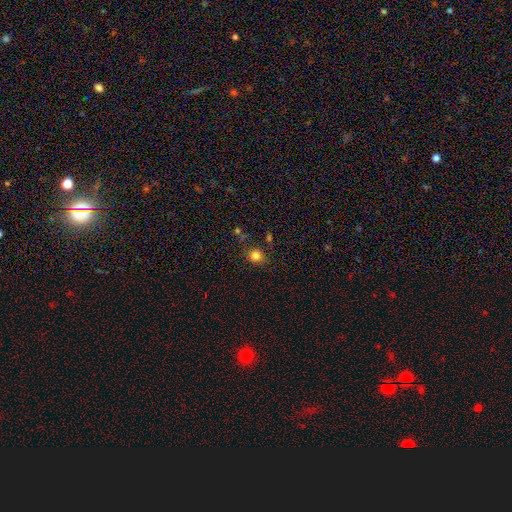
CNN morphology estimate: Smooth or featured? Predicted: smooth (p=0.81). How rounded? Predicted: round (p=0.87). Merging? Predicted: none (p=0.82).